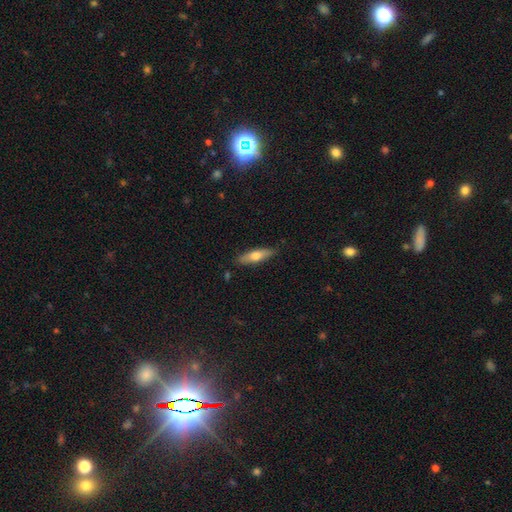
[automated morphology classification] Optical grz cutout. It shows a smooth galaxy with no disk features (61%) that is cigar-shaped (59%). Merging: none (85%).